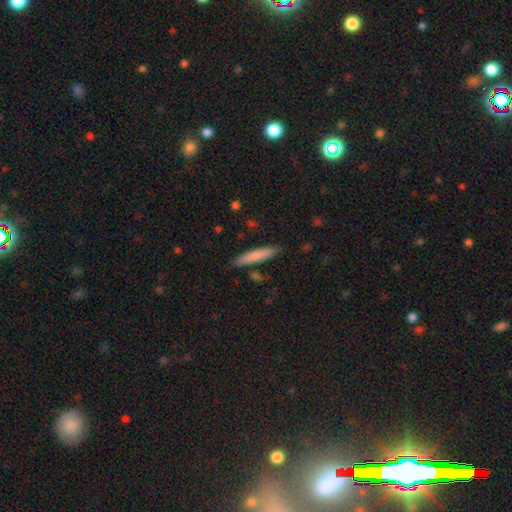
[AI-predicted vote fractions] Smooth or featured? Predicted: smooth (p=0.78). How rounded? Predicted: cigar-shaped (p=0.91). Merging? Predicted: none (p=0.86).